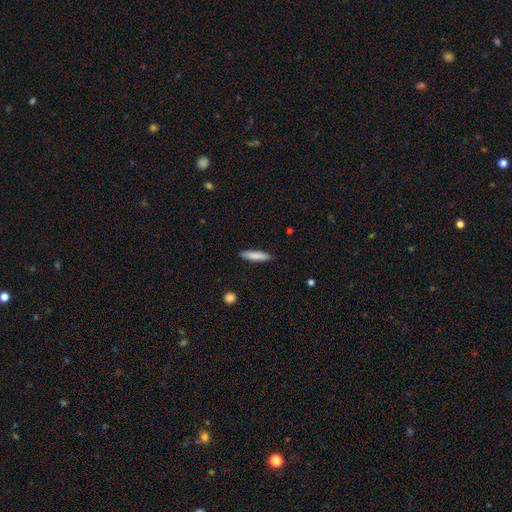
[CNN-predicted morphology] Overall: smooth (83%). How rounded: cigar-shaped (83%). Merging: none (90%).